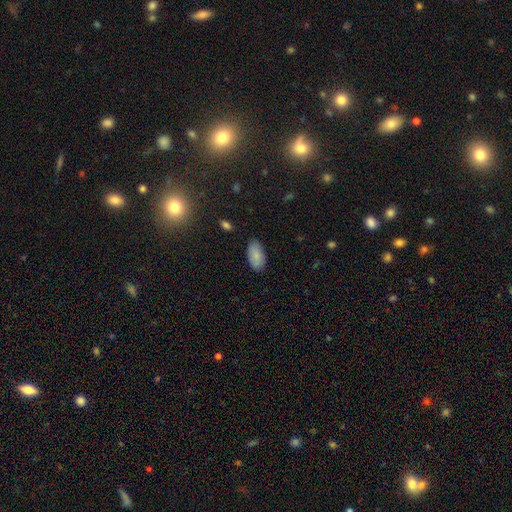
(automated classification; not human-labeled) smooth_or_featured: smooth (p=0.86) [alt: featured or disk p=0.08]
how_rounded: in between (p=0.94) [alt: round p=0.03]
merging: none (p=0.85) [alt: minor disturbance p=0.11]